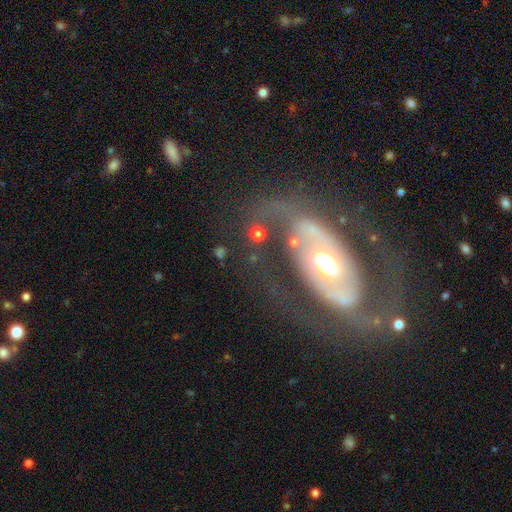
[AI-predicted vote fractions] Q: Smooth or featured?
A: featured or disk (84%); runner-up: smooth (11%)
Q: Edge-on disk?
A: no (94%); runner-up: yes (6%)
Q: Bar?
A: no (49%); runner-up: weak (28%)
Q: Spiral arms?
A: yes (75%); runner-up: no (25%)
Q: Spiral winding?
A: medium (46%); runner-up: tight (30%)
Q: Spiral arm count?
A: 2 (84%); runner-up: can't tell (8%)
Q: Bulge size?
A: moderate (63%); runner-up: large (23%)
Q: Merging?
A: none (69%); runner-up: major disturbance (14%)